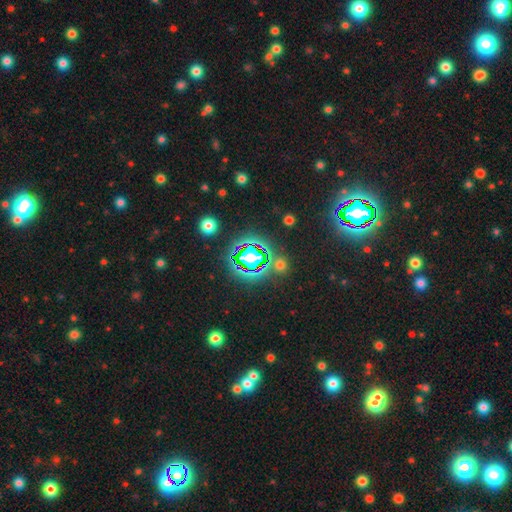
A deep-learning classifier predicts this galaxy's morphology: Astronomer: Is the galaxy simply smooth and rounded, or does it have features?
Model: star or artifact — 82%.